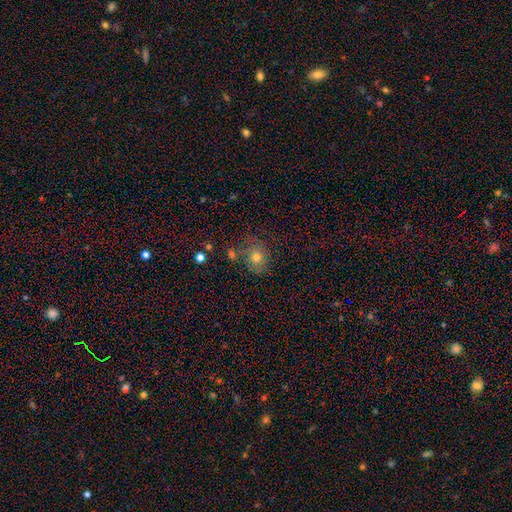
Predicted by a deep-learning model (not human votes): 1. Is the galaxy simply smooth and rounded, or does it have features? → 63% smooth, 21% star or artifact, 16% featured or disk.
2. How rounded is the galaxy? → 73% round, 26% in between, 1% cigar-shaped.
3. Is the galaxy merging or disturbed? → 69% none, 17% minor disturbance, 8% merger, 7% major disturbance.